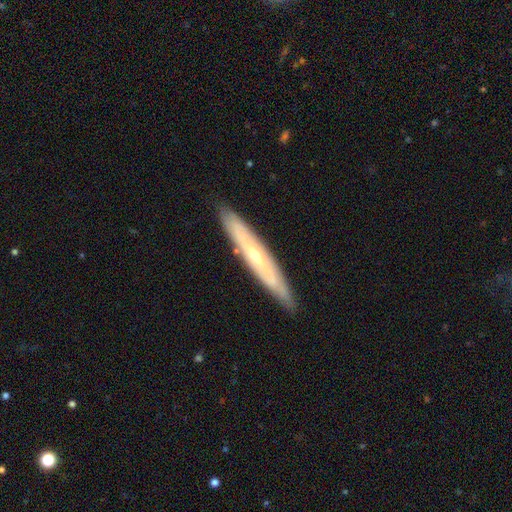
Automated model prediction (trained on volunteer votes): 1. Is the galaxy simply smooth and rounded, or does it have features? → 63% featured or disk, 31% smooth, 6% star or artifact.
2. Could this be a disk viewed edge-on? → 77% yes, 23% no.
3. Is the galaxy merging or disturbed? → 87% none, 10% minor disturbance, 2% major disturbance, 1% merger.